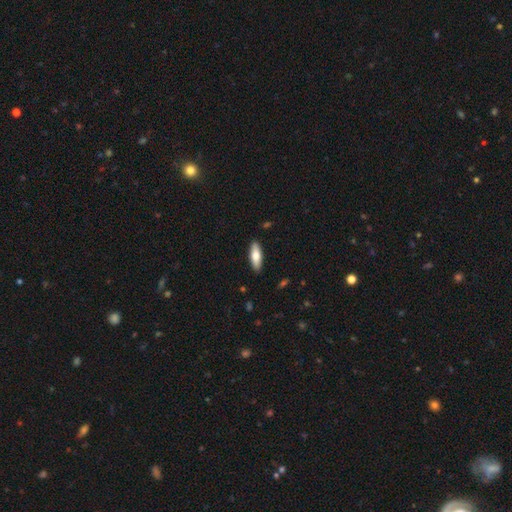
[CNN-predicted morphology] Smooth or featured? Predicted: smooth (p=0.72). How rounded? Predicted: in between (p=0.55). Merging? Predicted: none (p=0.89).